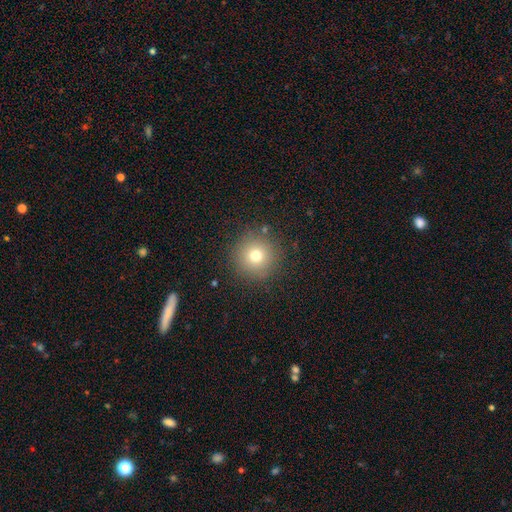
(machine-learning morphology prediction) smooth_or_featured: smooth (p=0.73) [alt: star or artifact p=0.15]
how_rounded: round (p=0.96) [alt: in between p=0.03]
merging: none (p=0.88) [alt: minor disturbance p=0.07]